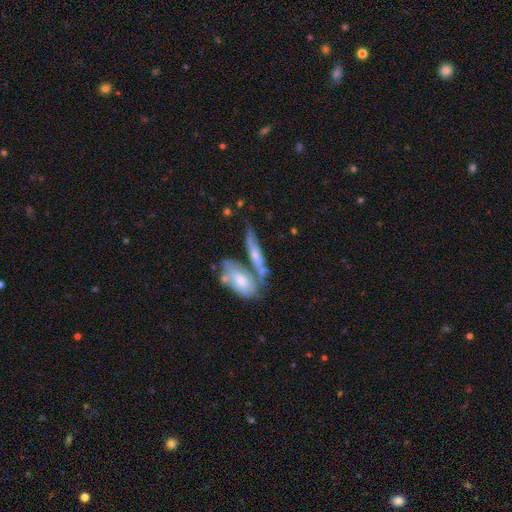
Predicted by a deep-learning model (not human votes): featured or disk 53%, smooth 40%, star or artifact 7%. Down the decision tree: edge-on disk — no (53%); merging — merger (41%).